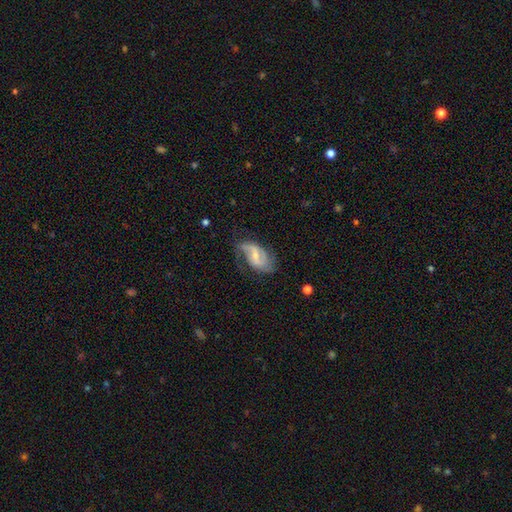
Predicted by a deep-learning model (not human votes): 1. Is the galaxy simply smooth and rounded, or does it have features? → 74% featured or disk, 20% smooth, 7% star or artifact.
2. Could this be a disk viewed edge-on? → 96% no, 4% yes.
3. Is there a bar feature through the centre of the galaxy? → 52% weak, 25% strong, 23% no.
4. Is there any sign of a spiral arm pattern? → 90% yes, 10% no.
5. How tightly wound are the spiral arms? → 43% medium, 38% loose, 19% tight.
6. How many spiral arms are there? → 70% 2, 12% can't tell, 11% 1, 4% 3, 1% 4, 1% more than 4.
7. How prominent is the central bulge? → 54% small, 36% moderate, 7% none, 2% large, 1% dominant.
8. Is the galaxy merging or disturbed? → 53% none, 27% minor disturbance, 18% major disturbance, 2% merger.